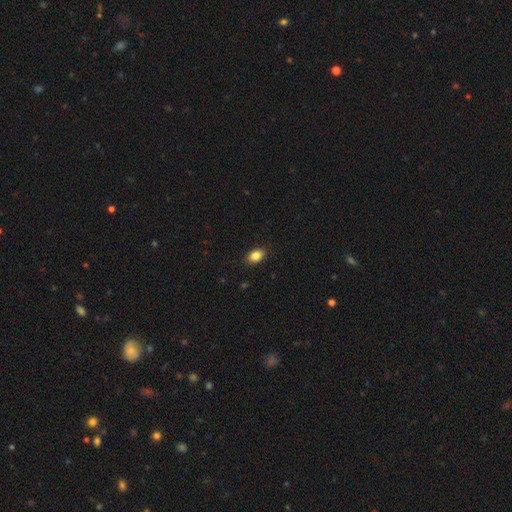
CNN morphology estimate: Smooth or featured? Predicted: smooth (p=0.86). How rounded? Predicted: in between (p=0.83). Merging? Predicted: none (p=0.88).